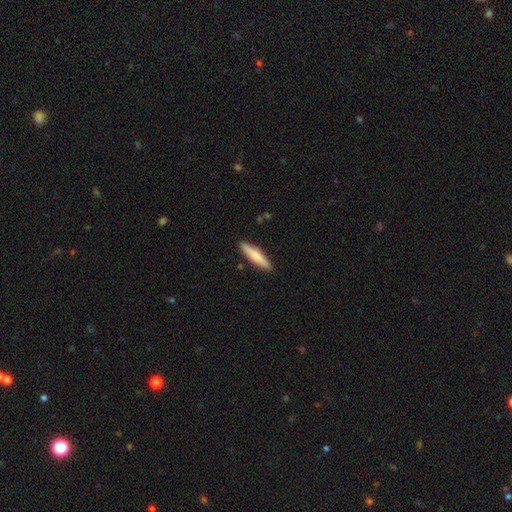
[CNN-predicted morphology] A smooth galaxy with no disk features (73%) that is cigar-shaped (84%). Merging: none (89%).